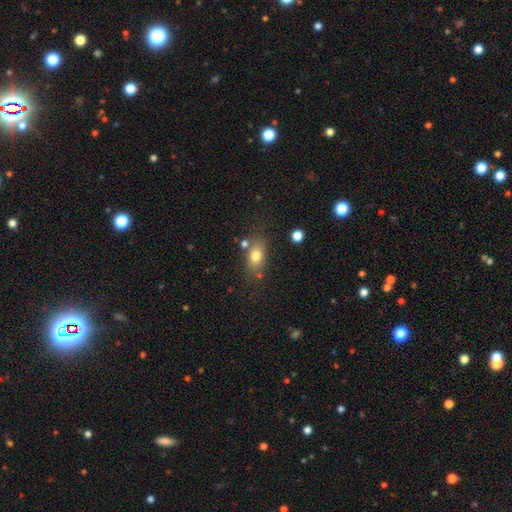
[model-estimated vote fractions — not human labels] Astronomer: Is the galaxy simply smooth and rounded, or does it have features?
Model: smooth — 76%.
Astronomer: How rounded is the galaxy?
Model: in between — 76%.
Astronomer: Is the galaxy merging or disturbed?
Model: none — 70%.